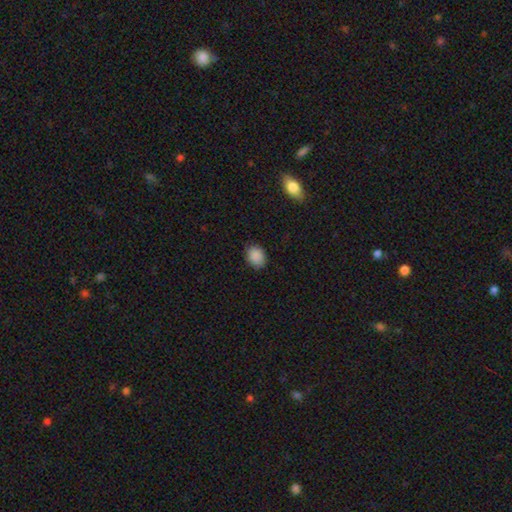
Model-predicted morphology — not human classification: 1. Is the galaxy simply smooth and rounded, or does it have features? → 88% smooth, 9% star or artifact, 3% featured or disk.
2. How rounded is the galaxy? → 58% in between, 41% round, 1% cigar-shaped.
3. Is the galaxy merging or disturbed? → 84% none, 12% minor disturbance, 3% major disturbance, 1% merger.